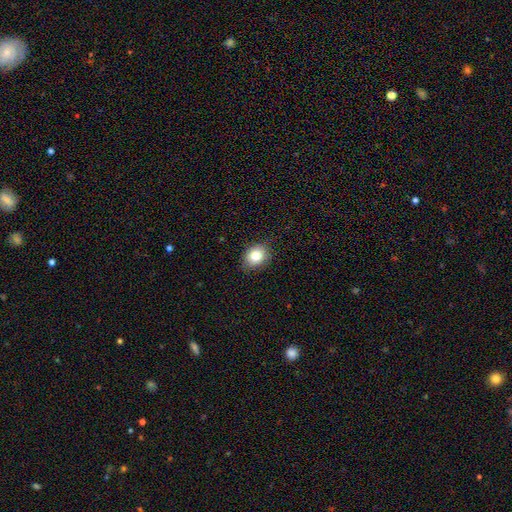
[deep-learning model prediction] Smooth or featured? smooth (80%)
How rounded? round (55%)
Merging? none (84%)